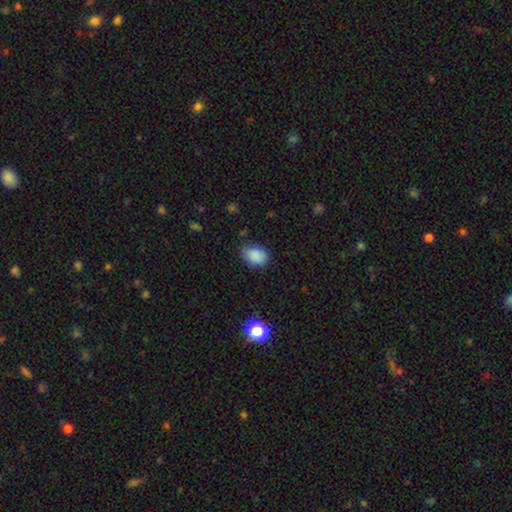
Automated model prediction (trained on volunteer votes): smooth-or-featured: smooth: 87% | star or artifact: 9% | featured or disk: 4%
  how-rounded: in between: 80% | round: 19% | cigar-shaped: 1%
  merging: none: 74% | minor disturbance: 20% | major disturbance: 4% | merger: 2%